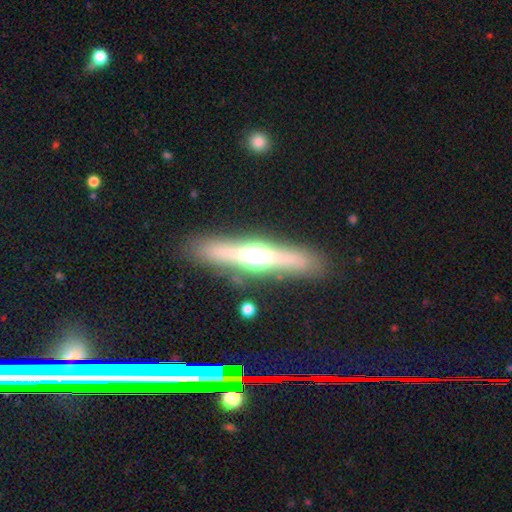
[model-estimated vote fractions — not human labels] A featured or disk galaxy (65%) viewed edge-on (93%) with a rounded central bulge (92%). Merging: none (85%).